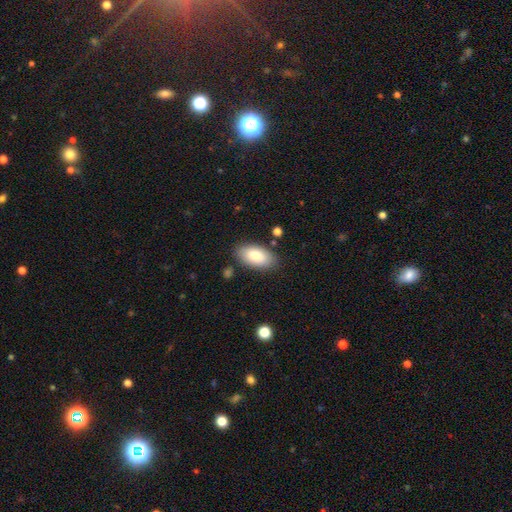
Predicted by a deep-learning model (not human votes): Smooth or featured: smooth — 82% (featured or disk — 12%)
How rounded: in between — 94% (round — 3%)
Merging: none — 82% (minor disturbance — 12%)